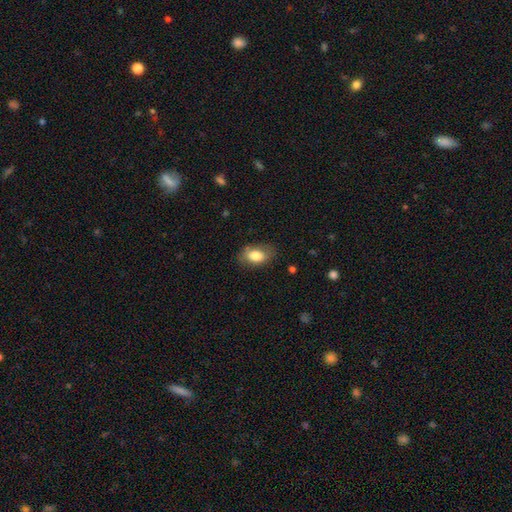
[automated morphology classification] Overall: smooth (80%). How rounded: in between (89%). Merging: none (76%).